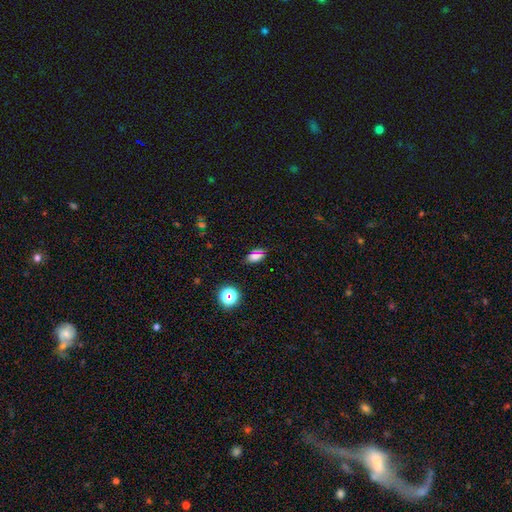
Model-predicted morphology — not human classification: A smooth galaxy with no disk features (64%) that is in between round and cigar-shaped (78%). Merging: none (83%).